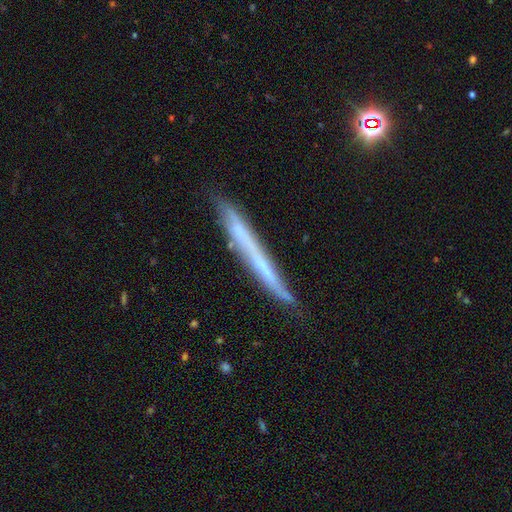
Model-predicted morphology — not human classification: A featured or disk galaxy (54%) viewed edge-on (91%).

Vote fractions:
- Smooth or featured? featured or disk: 54% / smooth: 38% / star or artifact: 9%
- Edge-on disk? yes: 91% / no: 9%
- Merging? none: 81% / minor disturbance: 14% / major disturbance: 3% / merger: 2%